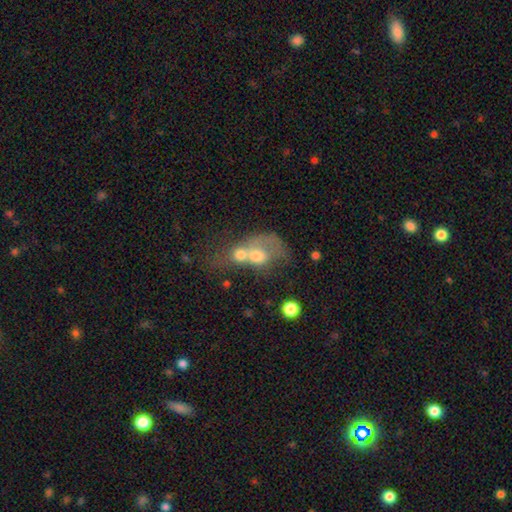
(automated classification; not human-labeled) The model was most divided on "how rounded": round: 51%, in between: 46%, cigar-shaped: 3%. More confident: merging — merger (75%); smooth or featured — smooth (53%).